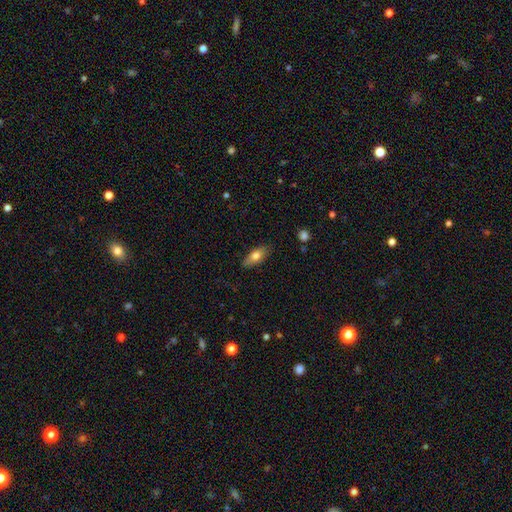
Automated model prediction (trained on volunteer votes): Smooth or featured? smooth (71%)
How rounded? in between (74%)
Merging? none (84%)